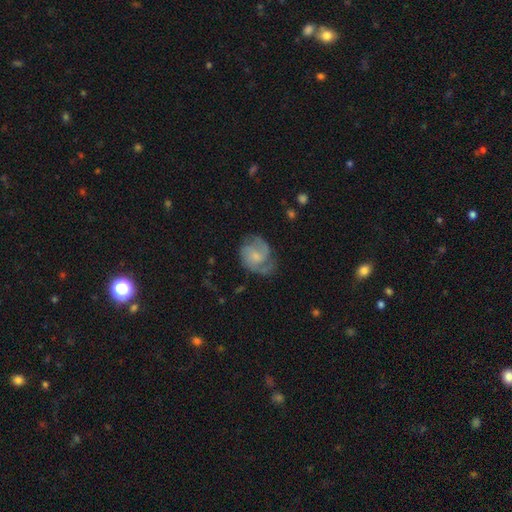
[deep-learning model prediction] Smooth or featured? featured or disk (70%)
Edge-on disk? no (98%)
Bar? no (59%)
Spiral arms? yes (91%)
Spiral winding? medium (48%)
Spiral arm count? 2 (54%)
Bulge size? small (48%)
Merging? none (59%)